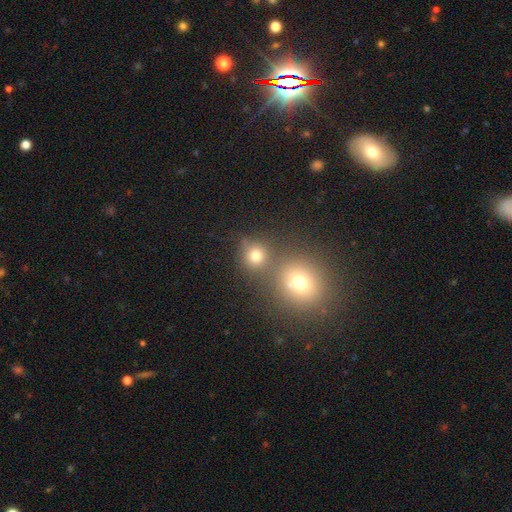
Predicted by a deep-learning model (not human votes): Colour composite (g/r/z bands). It shows a smooth galaxy with no disk features (74%) that is round (87%). Merging: none (61%).